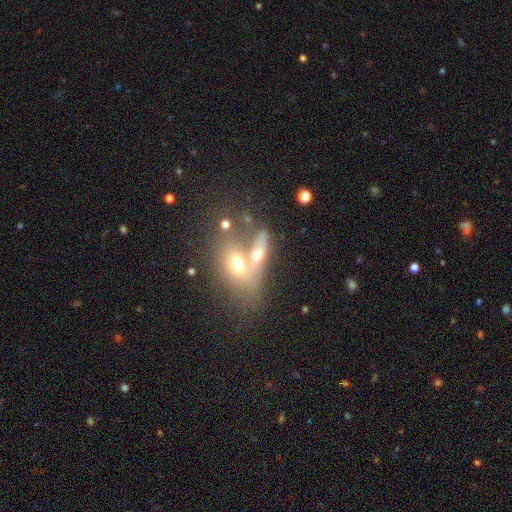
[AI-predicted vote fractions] Smooth or featured: smooth — 54% (featured or disk — 34%)
How rounded: in between — 69% (round — 21%)
Merging: merger — 60% (none — 24%)